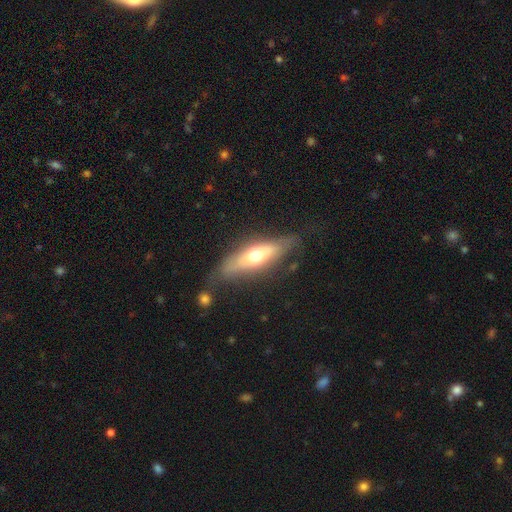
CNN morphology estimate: A featured or disk galaxy (48%). Merging: none (69%).